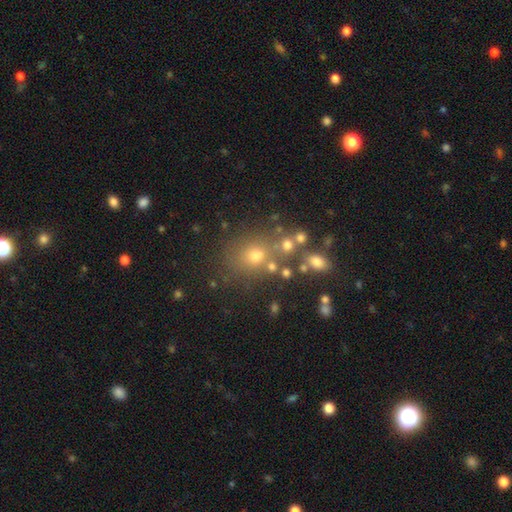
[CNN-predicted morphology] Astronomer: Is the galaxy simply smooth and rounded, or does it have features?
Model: smooth — 62%.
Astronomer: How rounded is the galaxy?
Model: round — 67%.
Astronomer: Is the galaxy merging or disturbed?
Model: none — 61%.